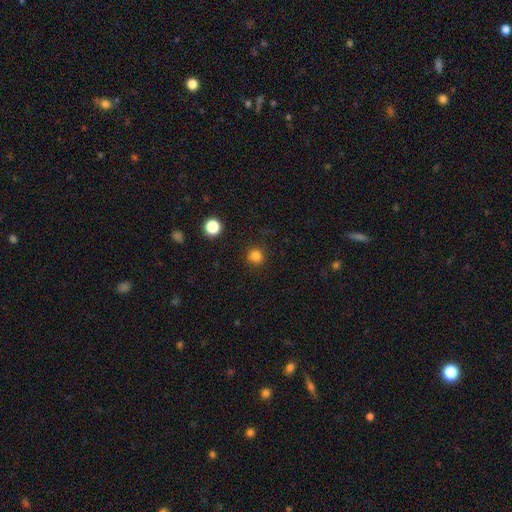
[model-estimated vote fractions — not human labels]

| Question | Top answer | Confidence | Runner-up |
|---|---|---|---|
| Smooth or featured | smooth | 82% | star or artifact (14%) |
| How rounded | round | 93% | in between (6%) |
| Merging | none | 88% | minor disturbance (8%) |